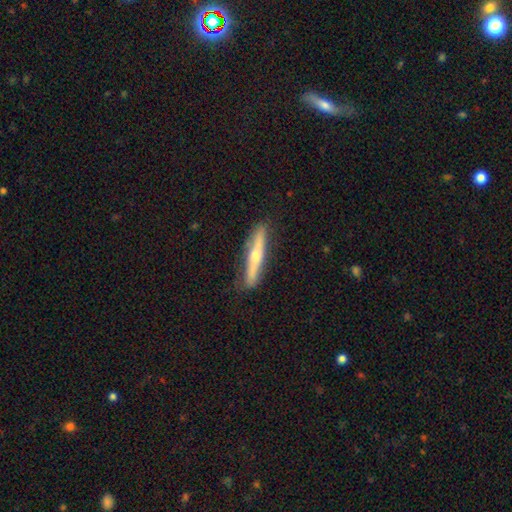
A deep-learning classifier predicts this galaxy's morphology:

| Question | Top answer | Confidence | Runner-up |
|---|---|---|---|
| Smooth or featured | featured or disk | 58% | smooth (36%) |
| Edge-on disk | yes | 92% | no (8%) |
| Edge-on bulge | rounded | 88% | none (9%) |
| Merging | none | 86% | minor disturbance (11%) |